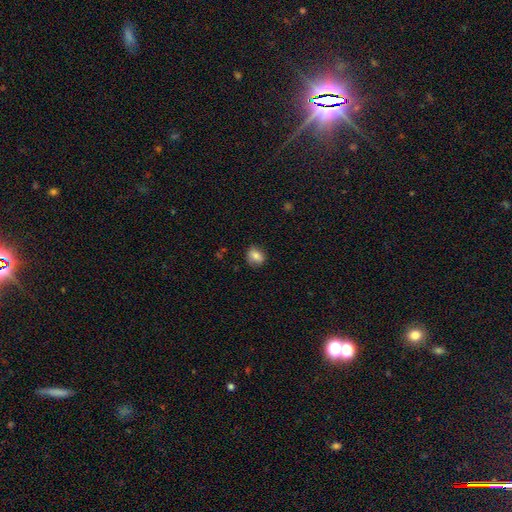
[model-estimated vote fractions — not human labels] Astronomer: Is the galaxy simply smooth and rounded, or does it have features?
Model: smooth — 79%.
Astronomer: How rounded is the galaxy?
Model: round — 57% (runner-up: in between, 42%).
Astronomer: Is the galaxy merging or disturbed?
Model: none — 79%.